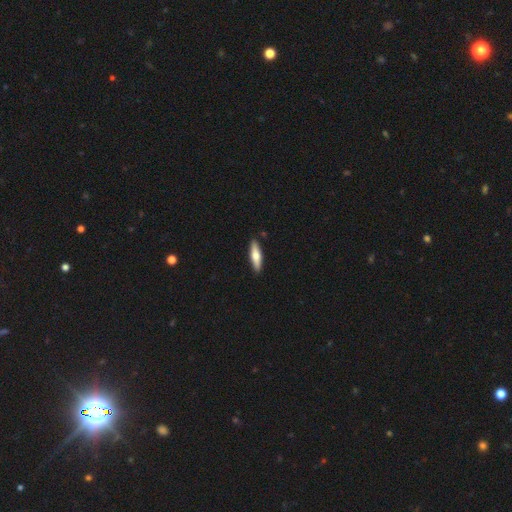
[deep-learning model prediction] Q: Smooth or featured?
A: smooth (63%); runner-up: featured or disk (32%)
Q: How rounded?
A: cigar-shaped (69%); runner-up: in between (29%)
Q: Merging?
A: none (90%); runner-up: minor disturbance (7%)